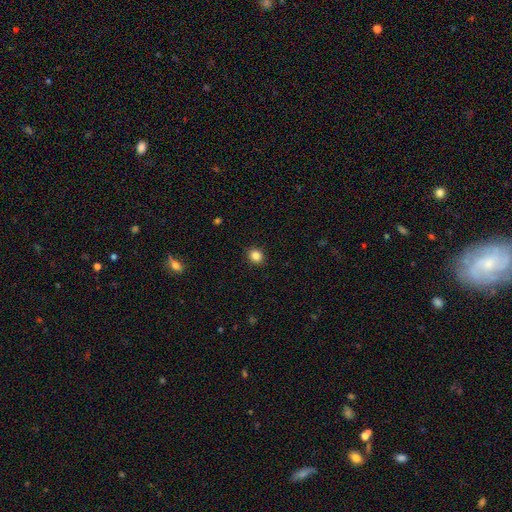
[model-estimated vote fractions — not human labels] This appears to be a smooth galaxy with no disk features (85%) that is round (66%). Merging: none (91%).